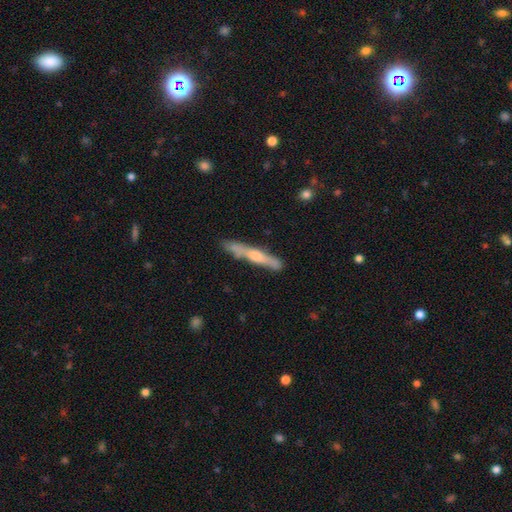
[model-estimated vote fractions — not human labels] Smooth or featured: featured or disk — 56% (smooth — 38%)
Edge-on disk: yes — 93% (no — 7%)
Edge-on bulge: rounded — 68% (none — 21%)
Merging: none — 80% (minor disturbance — 14%)